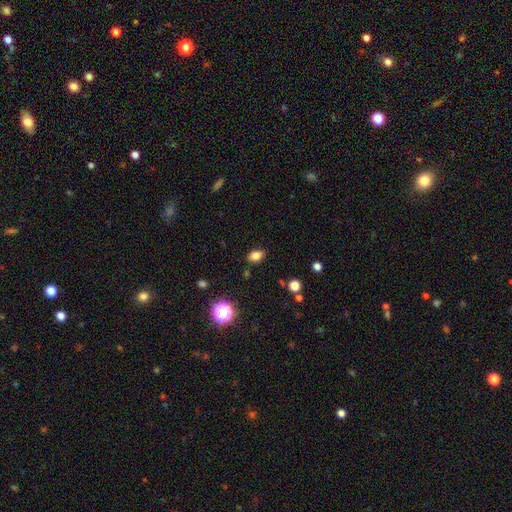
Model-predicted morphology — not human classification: Smooth or featured? Predicted: smooth (p=0.81). How rounded? Predicted: in between (p=0.78). Merging? Predicted: none (p=0.85).